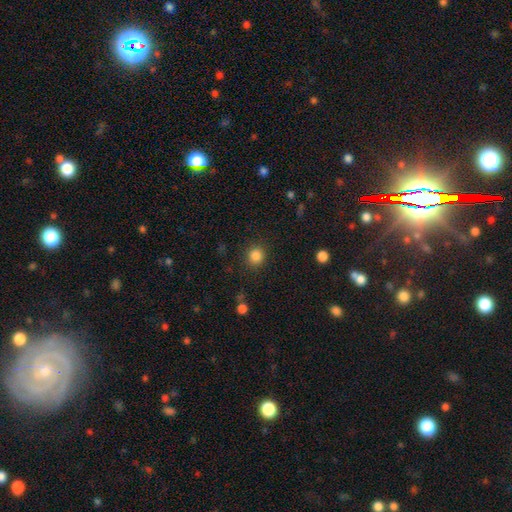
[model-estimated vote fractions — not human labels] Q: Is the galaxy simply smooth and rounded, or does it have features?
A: smooth — 85%.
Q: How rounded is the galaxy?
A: round — 87%.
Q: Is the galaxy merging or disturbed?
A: none — 88%.